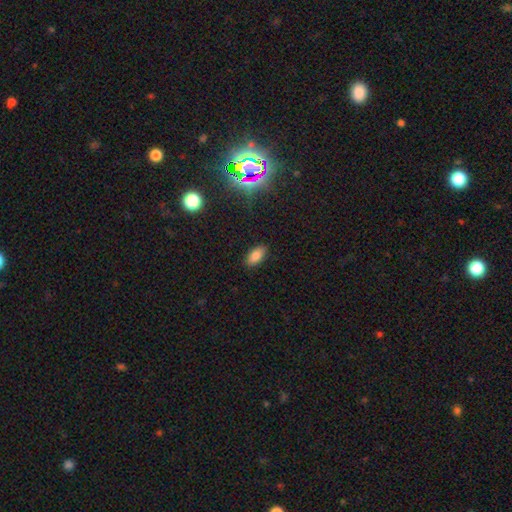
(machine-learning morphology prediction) A smooth galaxy with no disk features (82%) that is in between round and cigar-shaped (92%).

Vote fractions:
- Smooth or featured? smooth: 82% / star or artifact: 11% / featured or disk: 7%
- How rounded? in between: 92% / cigar-shaped: 5% / round: 3%
- Merging? none: 88% / minor disturbance: 9% / major disturbance: 2% / merger: 1%